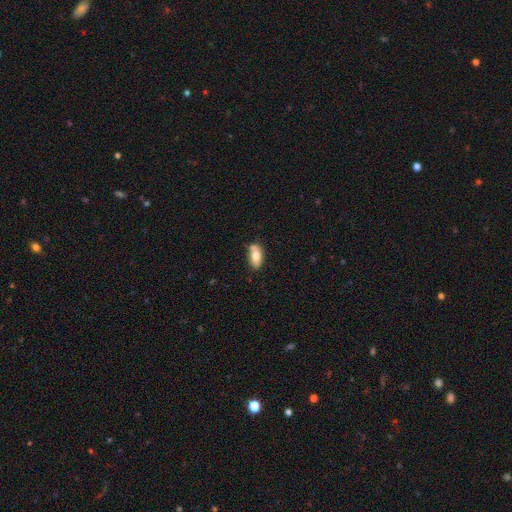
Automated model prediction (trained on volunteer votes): smooth_or_featured: smooth (p=0.76) [alt: featured or disk p=0.17]
how_rounded: in between (p=0.88) [alt: cigar-shaped p=0.09]
merging: none (p=0.61) [alt: minor disturbance p=0.22]